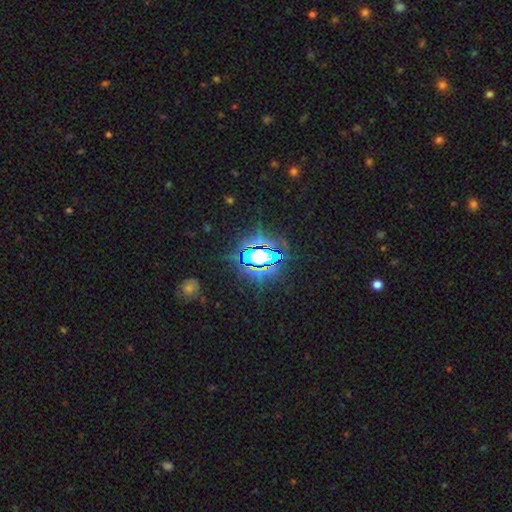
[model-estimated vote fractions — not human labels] A star or artifact, not a galaxy (79%).

Vote fractions:
- Smooth or featured? star or artifact: 79% / smooth: 13% / featured or disk: 8%